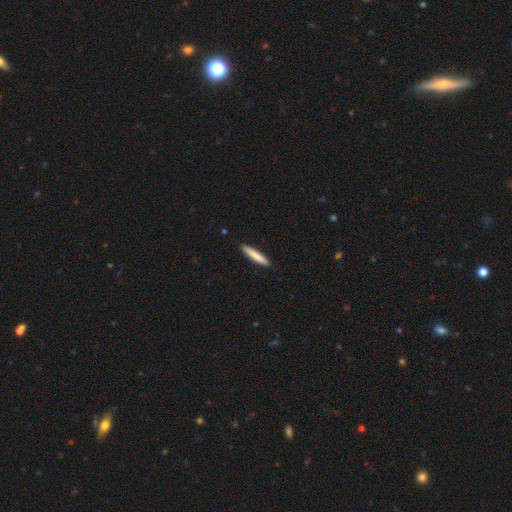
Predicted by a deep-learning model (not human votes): smooth 83%, featured or disk 12%, star or artifact 5%. Down the decision tree: how rounded — cigar-shaped (92%); merging — none (91%).